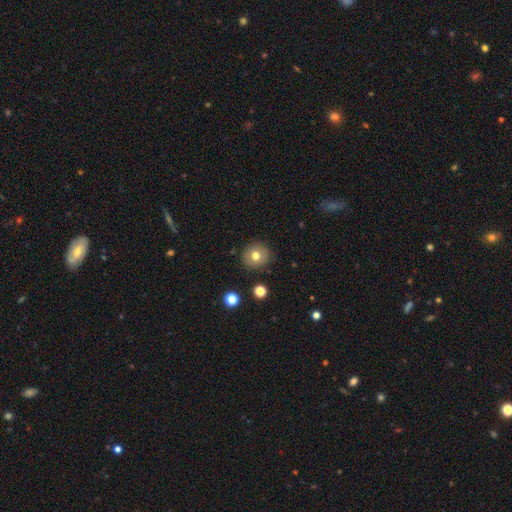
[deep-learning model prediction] smooth_or_featured: smooth (p=0.73) [alt: featured or disk p=0.16]
how_rounded: round (p=0.91) [alt: in between p=0.08]
merging: none (p=0.88) [alt: minor disturbance p=0.08]